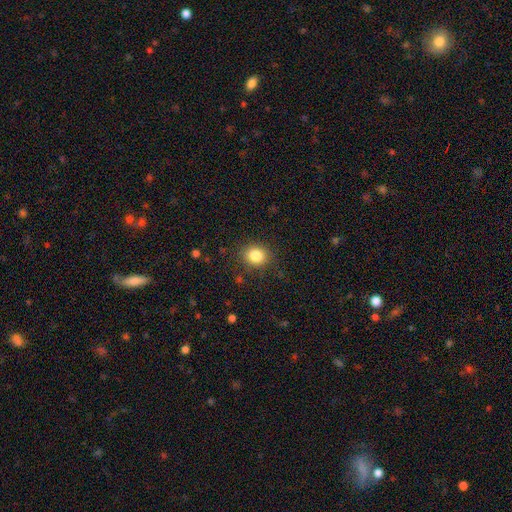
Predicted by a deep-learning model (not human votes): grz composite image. It shows a smooth galaxy with no disk features (84%) that is round (76%). Merging: none (85%).